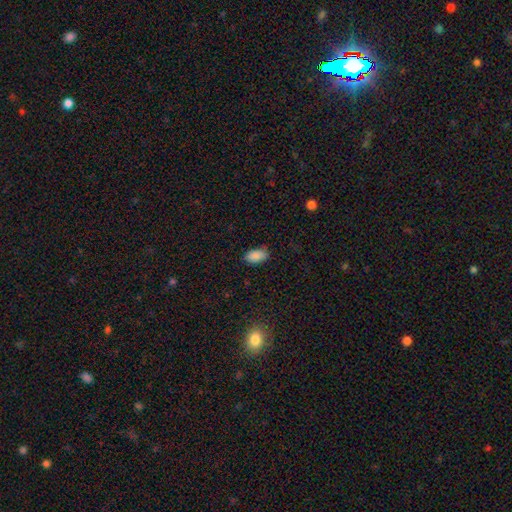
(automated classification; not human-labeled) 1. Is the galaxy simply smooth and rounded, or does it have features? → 87% smooth, 9% star or artifact, 4% featured or disk.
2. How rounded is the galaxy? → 93% in between, 5% round, 2% cigar-shaped.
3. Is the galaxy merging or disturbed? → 81% none, 15% minor disturbance, 3% major disturbance, 1% merger.